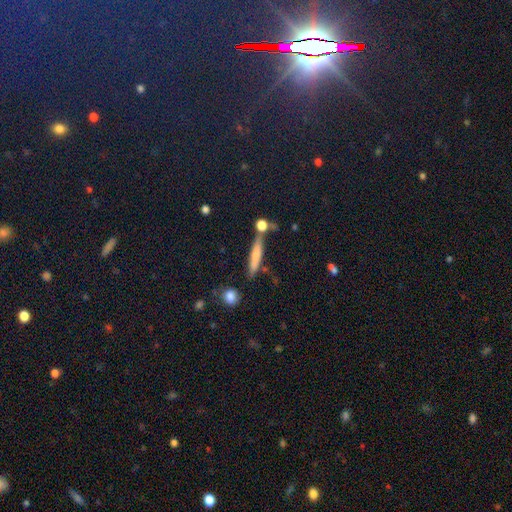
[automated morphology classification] Overall: smooth (66%; featured or disk 26%). How rounded: cigar-shaped (90%). Merging: none (69%).